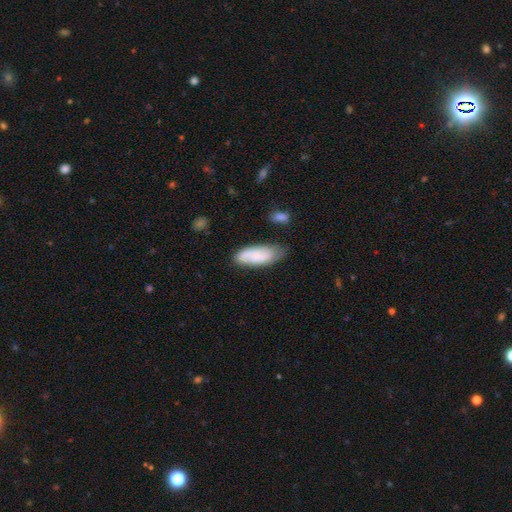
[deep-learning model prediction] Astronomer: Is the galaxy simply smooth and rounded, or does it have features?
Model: smooth — 66%.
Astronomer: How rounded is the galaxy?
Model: in between — 74%.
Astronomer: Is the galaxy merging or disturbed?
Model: none — 64%.